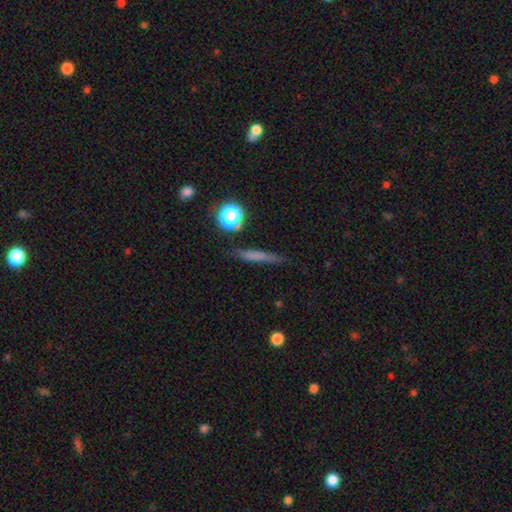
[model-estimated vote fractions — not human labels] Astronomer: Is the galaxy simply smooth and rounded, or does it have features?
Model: smooth — 64%.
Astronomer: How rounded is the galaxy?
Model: cigar-shaped — 87%.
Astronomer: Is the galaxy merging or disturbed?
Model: none — 81%.